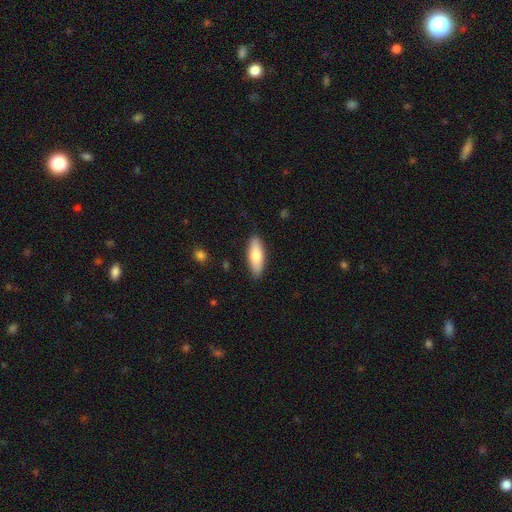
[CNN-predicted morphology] Q: Smooth or featured?
A: smooth (74%); runner-up: featured or disk (20%)
Q: How rounded?
A: in between (64%); runner-up: cigar-shaped (34%)
Q: Merging?
A: none (88%); runner-up: minor disturbance (9%)